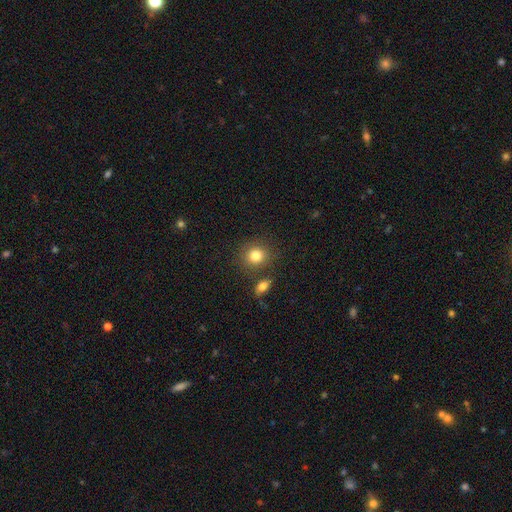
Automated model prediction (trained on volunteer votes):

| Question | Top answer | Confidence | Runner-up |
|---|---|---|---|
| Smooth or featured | smooth | 82% | star or artifact (10%) |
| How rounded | round | 79% | in between (20%) |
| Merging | none | 79% | minor disturbance (9%) |